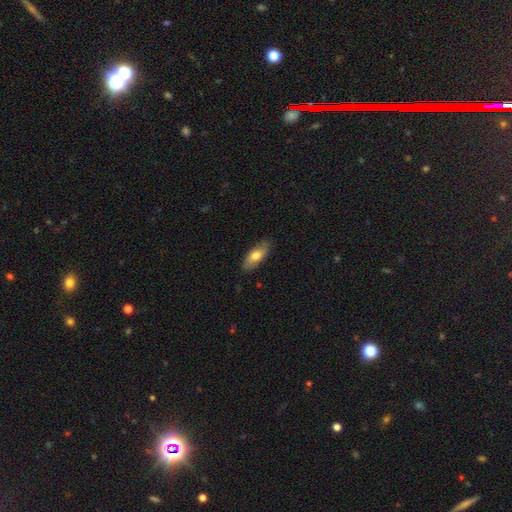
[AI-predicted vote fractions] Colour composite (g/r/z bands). It shows a smooth galaxy with no disk features (70%) that is in between round and cigar-shaped (75%). Merging: none (85%).